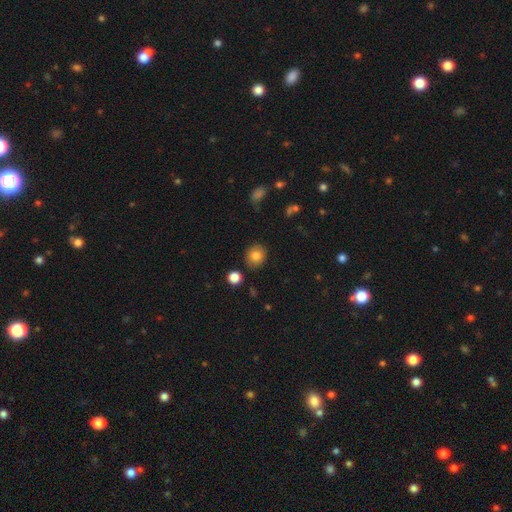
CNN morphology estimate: smooth_or_featured: smooth (p=0.82) [alt: star or artifact p=0.09]
how_rounded: round (p=0.79) [alt: in between p=0.20]
merging: none (p=0.88) [alt: minor disturbance p=0.08]